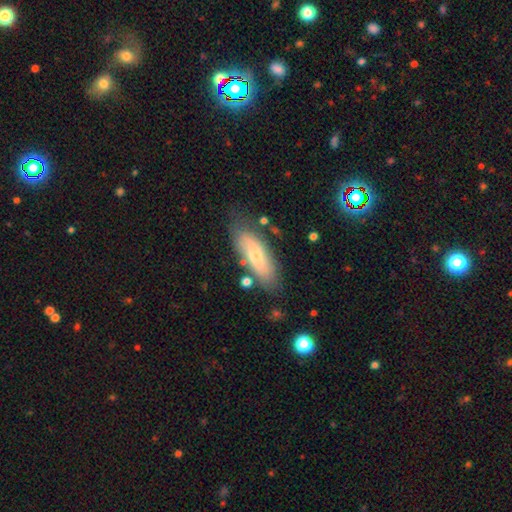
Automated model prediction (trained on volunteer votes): smooth 58%, featured or disk 35%, star or artifact 7%. Down the decision tree: how rounded — in between (65%); merging — none (72%).